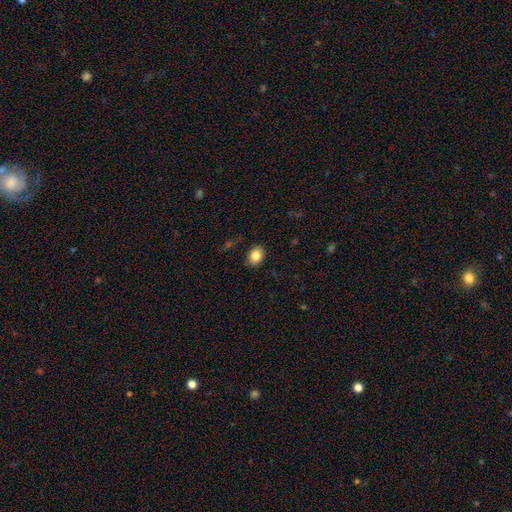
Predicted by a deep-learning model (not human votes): Smooth or featured?
  - smooth: 85% *
  - star or artifact: 9%
  - featured or disk: 7%
How rounded?
  - in between: 58% *
  - round: 41%
  - cigar-shaped: 1%
Merging?
  - none: 85% *
  - minor disturbance: 11%
  - major disturbance: 3%
  - merger: 1%